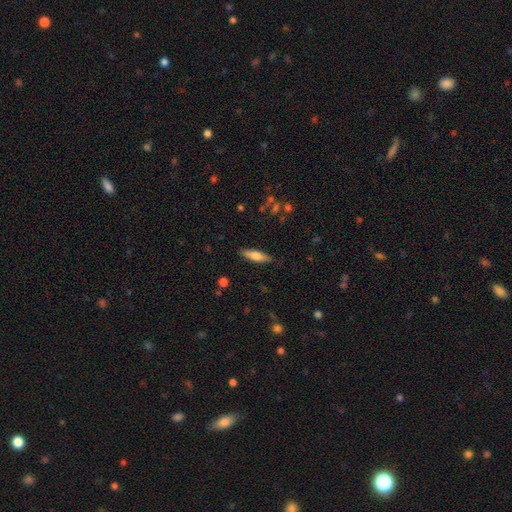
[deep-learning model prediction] A smooth galaxy with no disk features (68%) that is cigar-shaped (66%). Merging: none (85%).